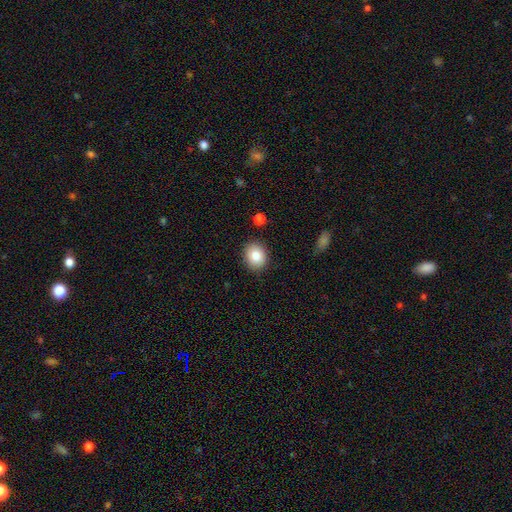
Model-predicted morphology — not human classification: A smooth galaxy with no disk features (83%) that is round (66%). Merging: none (87%).